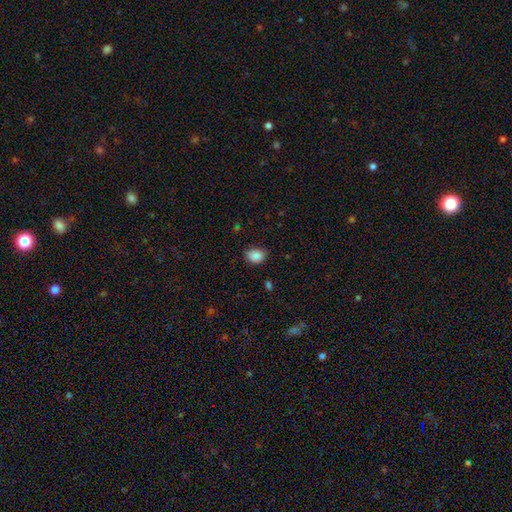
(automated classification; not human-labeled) The model was most divided on "how rounded": in between: 60%, round: 39%, cigar-shaped: 1%. More confident: smooth or featured — smooth (86%); merging — none (72%).